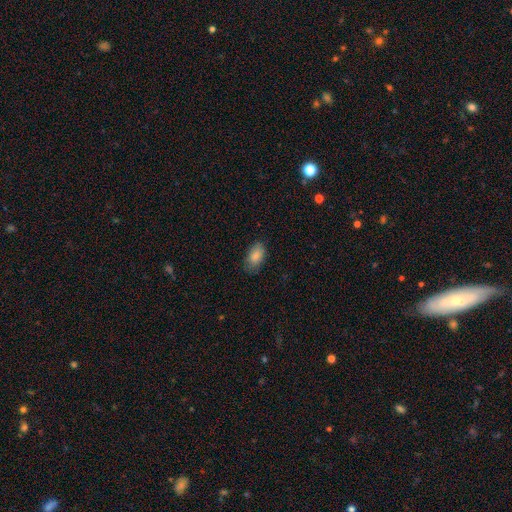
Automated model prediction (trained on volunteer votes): Q: Smooth or featured?
A: smooth (86%); runner-up: featured or disk (7%)
Q: How rounded?
A: in between (93%); runner-up: round (4%)
Q: Merging?
A: none (79%); runner-up: minor disturbance (17%)